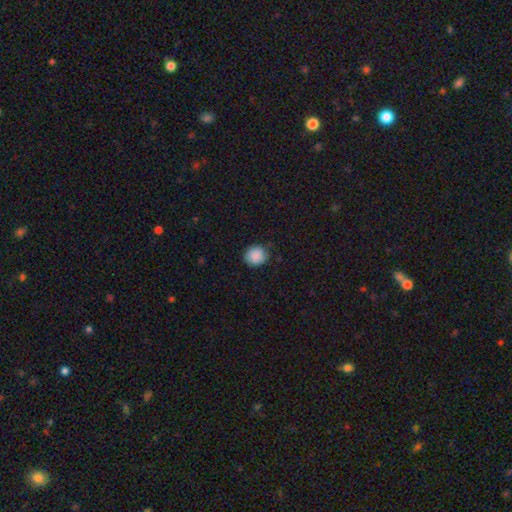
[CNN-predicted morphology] Q: Smooth or featured?
A: smooth (88%); runner-up: star or artifact (8%)
Q: How rounded?
A: round (84%); runner-up: in between (15%)
Q: Merging?
A: none (81%); runner-up: minor disturbance (15%)